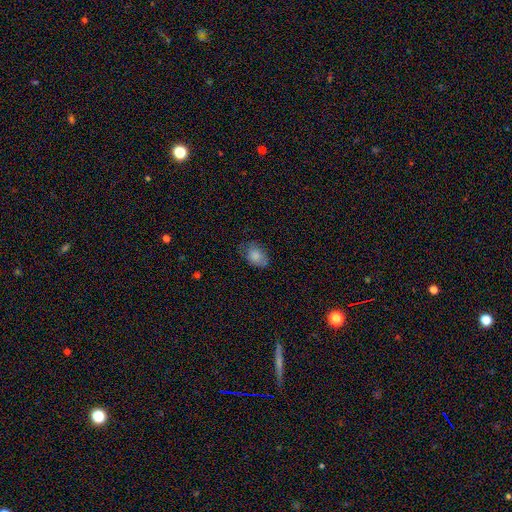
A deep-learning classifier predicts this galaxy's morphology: Smooth or featured? Predicted: smooth (p=0.80). How rounded? Predicted: in between (p=0.79). Merging? Predicted: none (p=0.58).